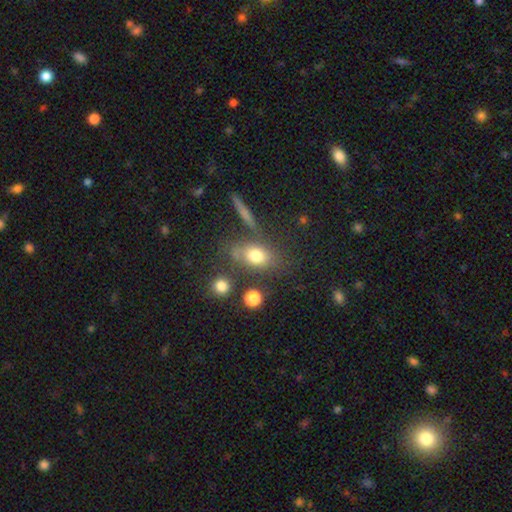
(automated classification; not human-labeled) Q: Smooth or featured?
A: smooth (72%); runner-up: featured or disk (15%)
Q: How rounded?
A: in between (66%); runner-up: round (29%)
Q: Merging?
A: none (64%); runner-up: minor disturbance (16%)